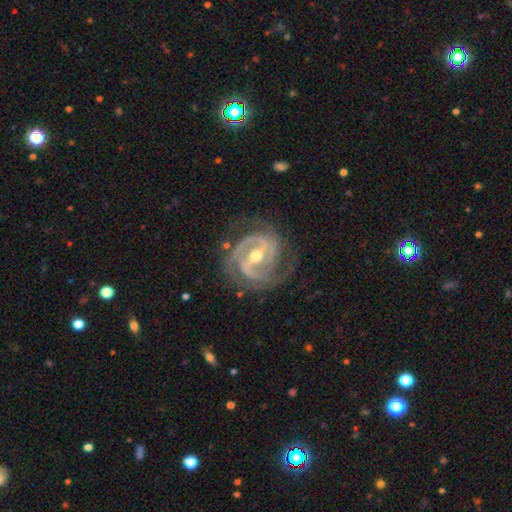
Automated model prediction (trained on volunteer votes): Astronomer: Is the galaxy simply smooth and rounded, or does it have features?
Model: featured or disk — 93%.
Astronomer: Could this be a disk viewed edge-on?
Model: no — 97%.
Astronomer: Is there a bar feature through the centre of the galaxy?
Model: strong — 57%.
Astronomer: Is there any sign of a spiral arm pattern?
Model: yes — 98%.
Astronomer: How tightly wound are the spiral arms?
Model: tight — 56% (runner-up: medium, 37%).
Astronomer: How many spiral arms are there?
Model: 2 — 61%.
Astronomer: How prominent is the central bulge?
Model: moderate — 63%.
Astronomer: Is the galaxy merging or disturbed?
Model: none — 75%.